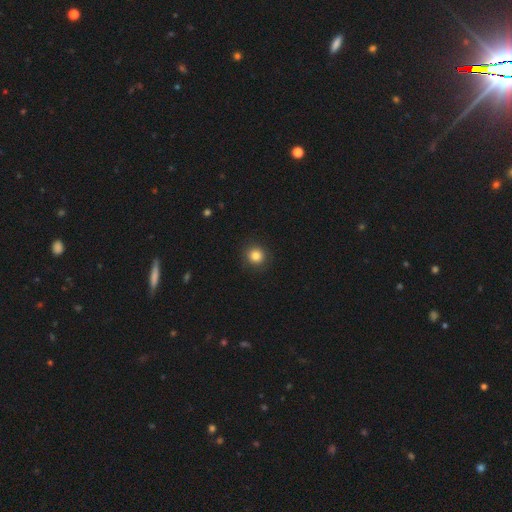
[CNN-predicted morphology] type=smooth (84%); roundness=round (93%); merging=none (90%).